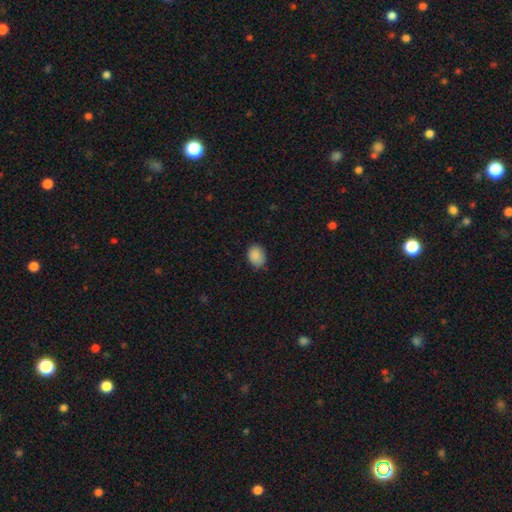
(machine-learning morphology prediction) The model was most divided on "how rounded": in between: 64%, round: 35%, cigar-shaped: 1%. More confident: smooth or featured — smooth (88%); merging — none (78%).